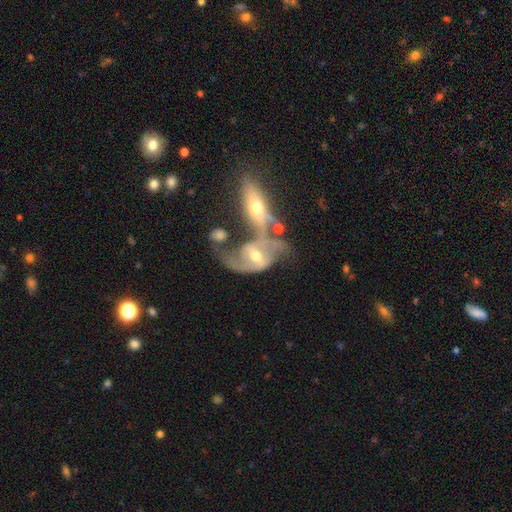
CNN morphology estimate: smooth-or-featured: featured or disk: 80% | smooth: 13% | star or artifact: 7%
  disk-edge-on: no: 90% | yes: 10%
    bar: weak: 44% | no: 30% | strong: 26%
    has-spiral-arms: yes: 83% | no: 17%
      spiral-winding: loose: 48% | medium: 38% | tight: 14%
      spiral-arm-count: 2: 76% | can't tell: 13% | 1: 7% | 3: 2% | 4: 1% | more than 4: 1%
    bulge-size: moderate: 61% | small: 31% | large: 5% | none: 2% | dominant: 1%
  merging: merger: 58% | none: 18% | major disturbance: 14% | minor disturbance: 10%